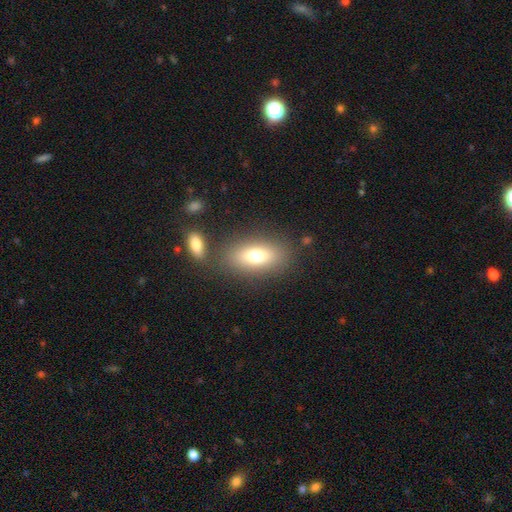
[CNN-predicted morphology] smooth_or_featured: smooth (p=0.72) [alt: featured or disk p=0.17]
how_rounded: in between (p=0.83) [alt: round p=0.11]
merging: none (p=0.77) [alt: minor disturbance p=0.10]